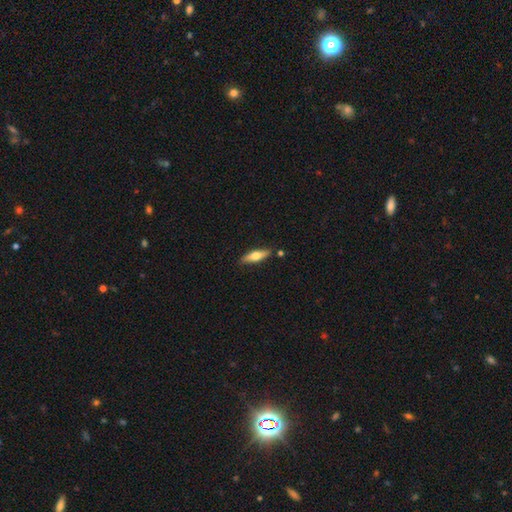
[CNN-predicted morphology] A smooth galaxy with no disk features (54%) that is cigar-shaped (62%).

Vote fractions:
- Smooth or featured? smooth: 54% / featured or disk: 40% / star or artifact: 6%
- How rounded? cigar-shaped: 62% / in between: 36% / round: 2%
- Merging? none: 82% / minor disturbance: 12% / merger: 3% / major disturbance: 2%